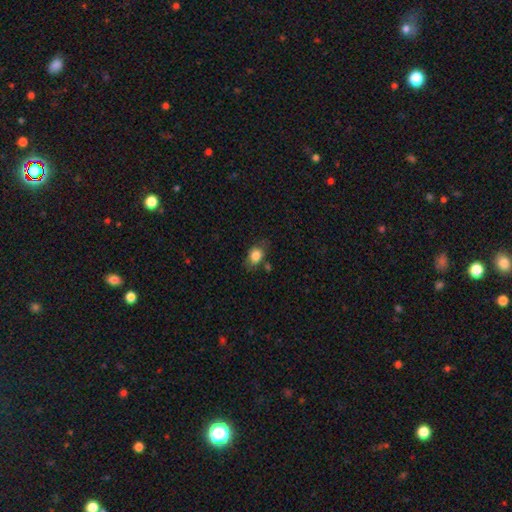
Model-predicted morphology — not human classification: Smooth or featured?
  - smooth: 82% *
  - featured or disk: 9%
  - star or artifact: 9%
How rounded?
  - in between: 71% *
  - round: 28%
  - cigar-shaped: 2%
Merging?
  - none: 67% *
  - minor disturbance: 22%
  - major disturbance: 6%
  - merger: 5%